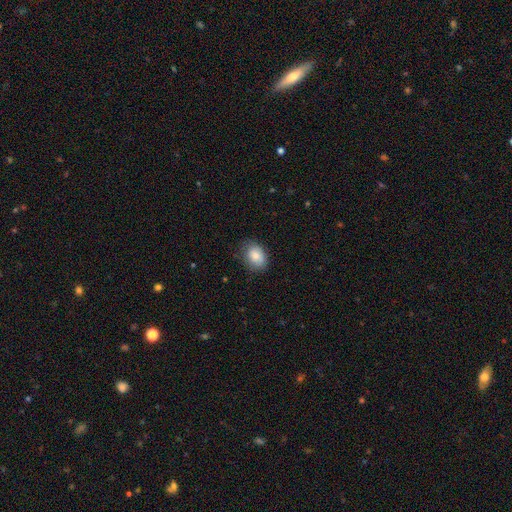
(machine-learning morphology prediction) smooth 82%, featured or disk 10%, star or artifact 8%. Down the decision tree: how rounded — in between (74%); merging — none (74%).